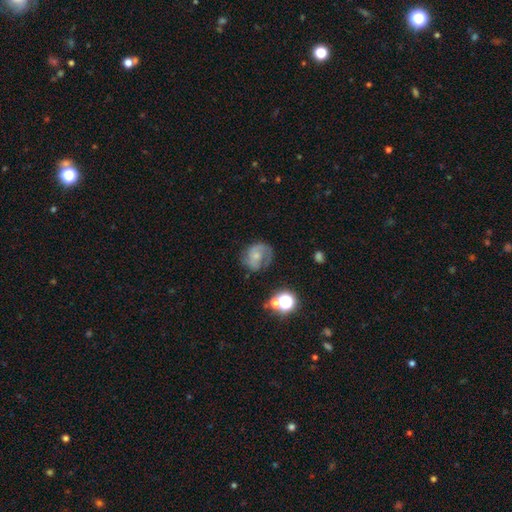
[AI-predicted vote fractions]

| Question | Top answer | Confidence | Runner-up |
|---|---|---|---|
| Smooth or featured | featured or disk | 54% | smooth (35%) |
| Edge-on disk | no | 97% | yes (3%) |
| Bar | no | 65% | weak (28%) |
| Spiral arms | yes | 81% | no (19%) |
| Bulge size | small | 52% | moderate (31%) |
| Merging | none | 54% | minor disturbance (25%) |